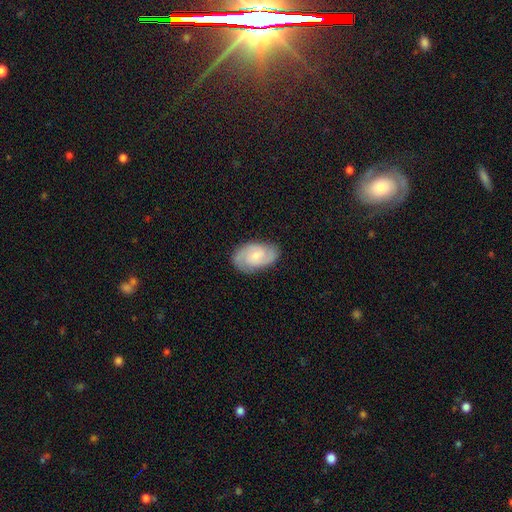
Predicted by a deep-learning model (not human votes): Smooth or featured: featured or disk — 74% (smooth — 20%)
Edge-on disk: no — 97% (yes — 3%)
Bar: no — 59% (weak — 35%)
Spiral arms: yes — 95% (no — 5%)
Spiral winding: medium — 45% (tied with tight — 45%)
Spiral arm count: 2 — 84% (can't tell — 7%)
Bulge size: small — 62% (moderate — 27%)
Merging: none — 83% (minor disturbance — 13%)